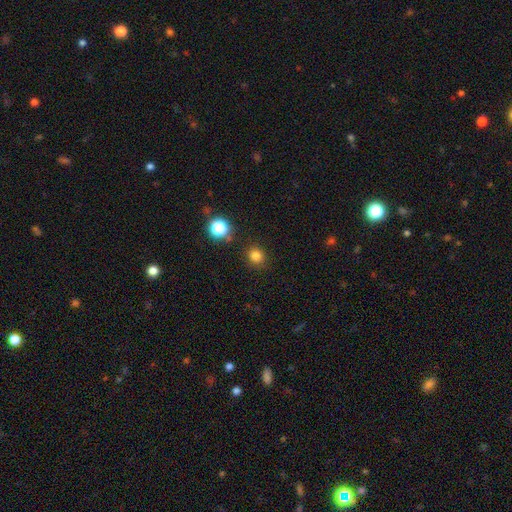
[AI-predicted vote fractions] This appears to be a smooth galaxy with no disk features (80%) that is round (87%). Merging: none (88%).